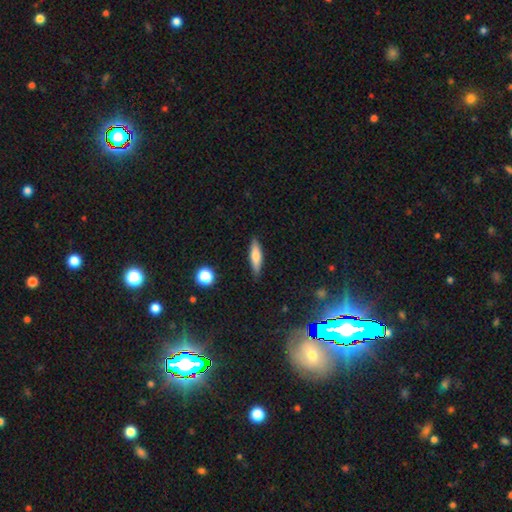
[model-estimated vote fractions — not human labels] Smooth or featured? smooth (68%)
How rounded? cigar-shaped (68%)
Merging? none (86%)